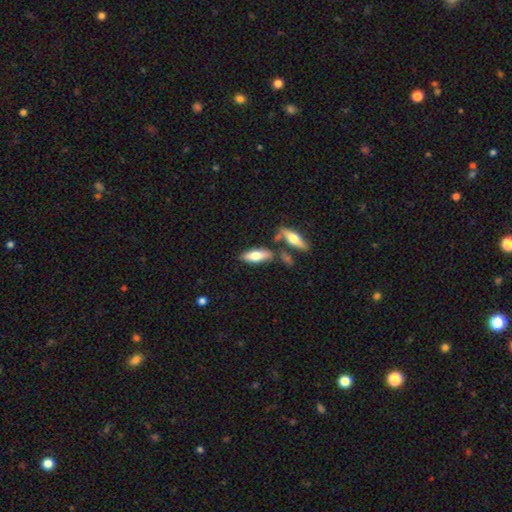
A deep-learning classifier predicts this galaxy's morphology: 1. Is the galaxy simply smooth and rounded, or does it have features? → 64% smooth, 30% featured or disk, 6% star or artifact.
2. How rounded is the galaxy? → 64% in between, 34% cigar-shaped, 2% round.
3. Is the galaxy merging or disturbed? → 66% none, 17% merger, 13% minor disturbance, 4% major disturbance.